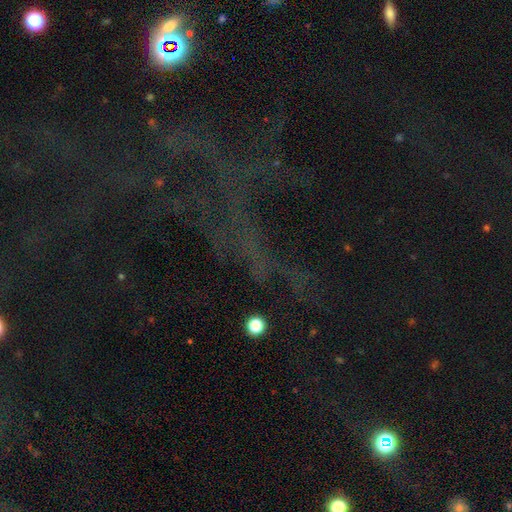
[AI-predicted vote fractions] Morphology: type=star or artifact (72%).